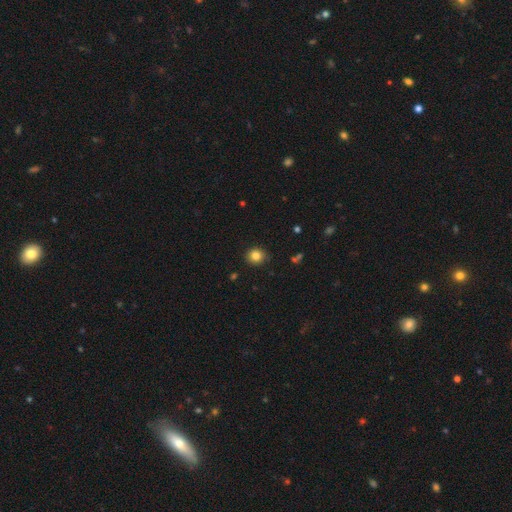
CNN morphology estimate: A smooth galaxy with no disk features (83%) that is round (81%).

Vote fractions:
- Smooth or featured? smooth: 83% / star or artifact: 11% / featured or disk: 6%
- How rounded? round: 81% / in between: 18% / cigar-shaped: 1%
- Merging? none: 89% / minor disturbance: 8% / major disturbance: 2% / merger: 1%